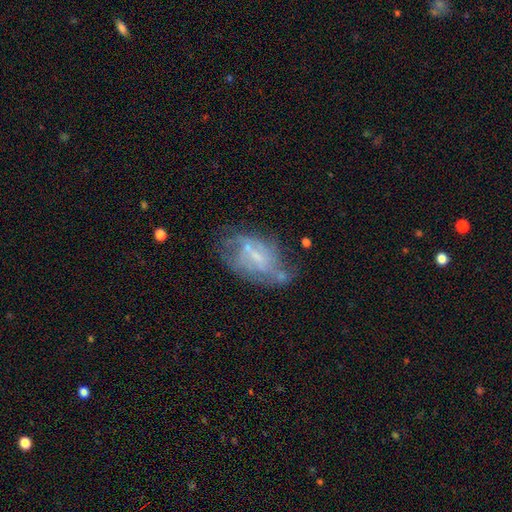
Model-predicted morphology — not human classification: Smooth or featured?
  - featured or disk: 68% *
  - smooth: 22%
  - star or artifact: 10%
Edge-on disk?
  - no: 95% *
  - yes: 5%
Bar?
  - weak: 45% *
  - no: 41%
  - strong: 13%
Spiral arms?
  - yes: 56% *
  - no: 44%
Bulge size?
  - small: 51% *
  - none: 27%
  - moderate: 19%
  - large: 2%
  - dominant: 1%
Merging?
  - none: 44% *
  - minor disturbance: 26%
  - major disturbance: 22%
  - merger: 8%